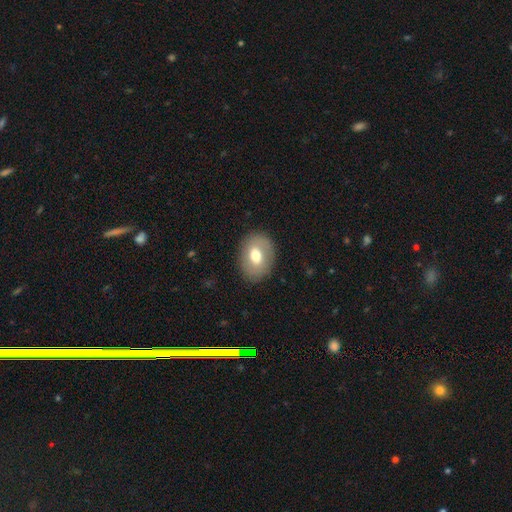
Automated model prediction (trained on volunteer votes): A smooth galaxy with no disk features (65%) that is in between round and cigar-shaped (66%).

Vote fractions:
- Smooth or featured? smooth: 65% / featured or disk: 27% / star or artifact: 8%
- How rounded? in between: 66% / round: 33% / cigar-shaped: 1%
- Merging? none: 85% / minor disturbance: 10% / major disturbance: 4% / merger: 1%